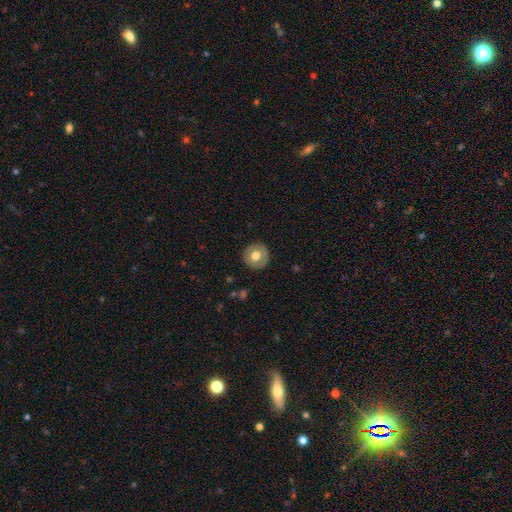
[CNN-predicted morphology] type=smooth (62%); roundness=round (93%); merging=none (87%).